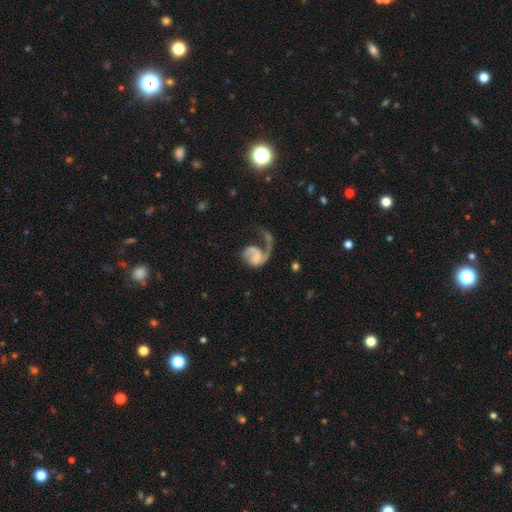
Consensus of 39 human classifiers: featured or disk 90%, smooth 8%, star or artifact 3%. Down the decision tree: edge-on disk — no (100%); bar — no (57%); spiral arms — yes (97%); spiral arm count — 1 (53%); spiral winding — medium (47%); bulge size — small (43%); merging — none (45%).